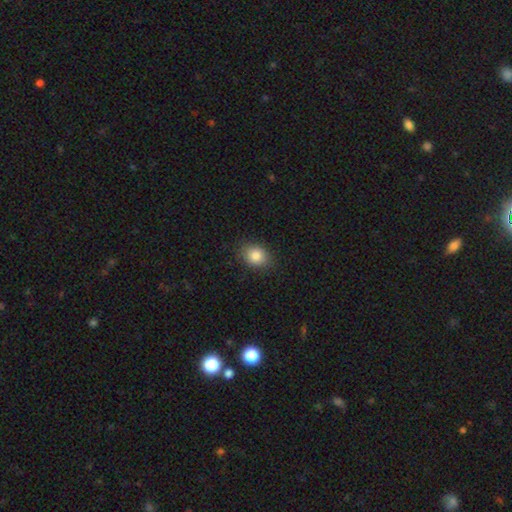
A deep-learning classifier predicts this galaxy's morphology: This is clearly a smooth galaxy (86%). How rounded: possibly in between (53%). Merging: clearly none (84%).